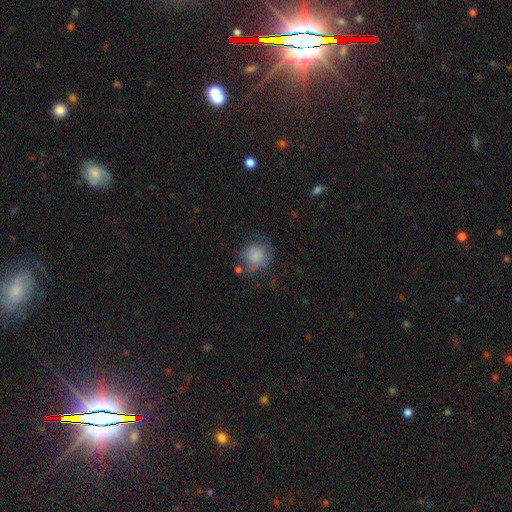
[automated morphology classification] Smooth or featured?
  - smooth: 81% *
  - featured or disk: 11%
  - star or artifact: 8%
How rounded?
  - round: 80% *
  - in between: 19%
  - cigar-shaped: 1%
Merging?
  - none: 58% *
  - minor disturbance: 25%
  - major disturbance: 11%
  - merger: 6%